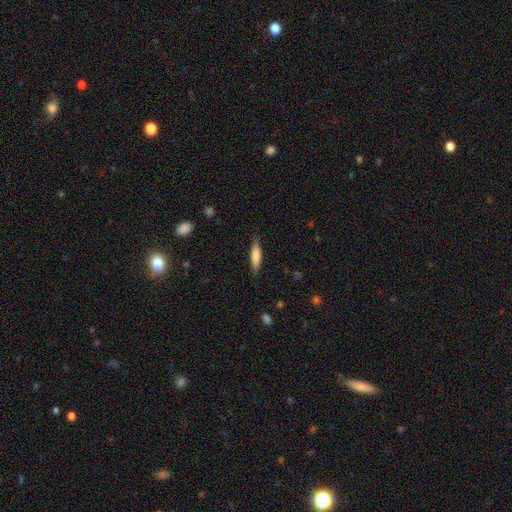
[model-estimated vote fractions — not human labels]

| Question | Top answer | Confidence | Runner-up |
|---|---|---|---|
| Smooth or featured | smooth | 74% | featured or disk (20%) |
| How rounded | cigar-shaped | 73% | in between (26%) |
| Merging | none | 83% | minor disturbance (13%) |